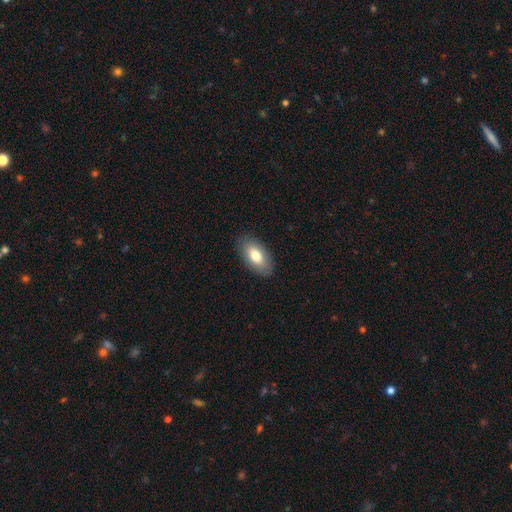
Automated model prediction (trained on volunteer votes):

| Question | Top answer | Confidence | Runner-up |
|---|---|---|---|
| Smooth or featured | smooth | 79% | featured or disk (15%) |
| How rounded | in between | 94% | cigar-shaped (4%) |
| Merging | none | 87% | minor disturbance (10%) |